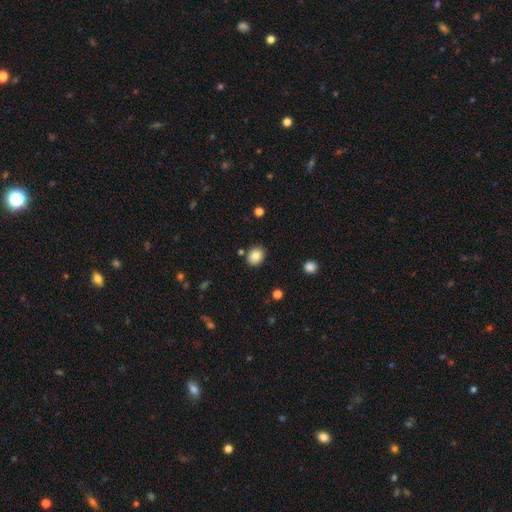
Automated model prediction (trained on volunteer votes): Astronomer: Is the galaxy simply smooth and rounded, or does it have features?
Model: smooth — 82%.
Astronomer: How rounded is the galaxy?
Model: round — 67%.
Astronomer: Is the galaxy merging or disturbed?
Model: none — 85%.